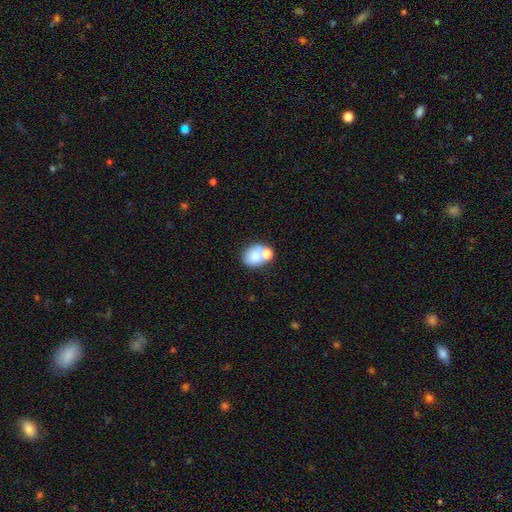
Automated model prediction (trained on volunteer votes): A smooth galaxy with no disk features (73%) that is in between round and cigar-shaped (55%). Merging: merger (44%).